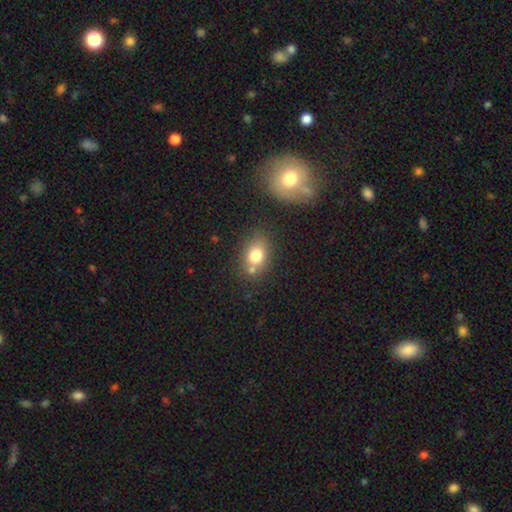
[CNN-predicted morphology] Overall: smooth (76%). How rounded: in between (57%; round 42%). Merging: none (62%).